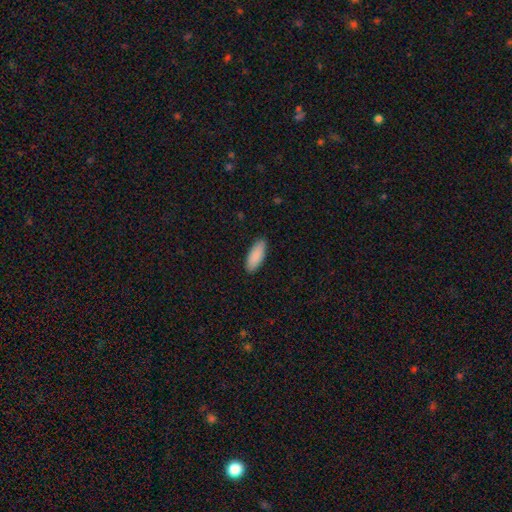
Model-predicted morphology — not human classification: A smooth galaxy with no disk features (90%) that is in between round and cigar-shaped (77%). Merging: none (88%).